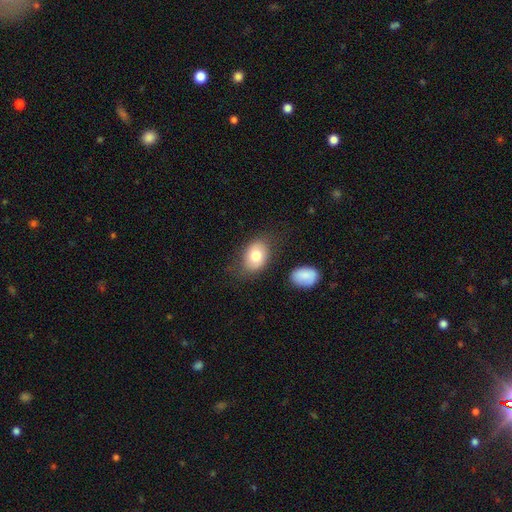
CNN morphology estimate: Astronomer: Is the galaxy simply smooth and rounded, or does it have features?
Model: smooth — 78%.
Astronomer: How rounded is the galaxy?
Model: in between — 77%.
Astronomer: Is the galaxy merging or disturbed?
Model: none — 72%.